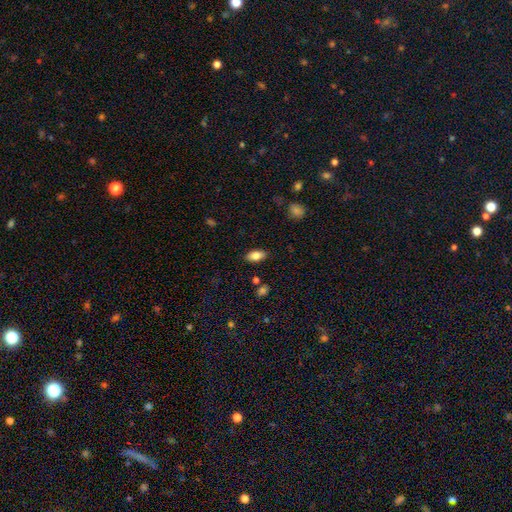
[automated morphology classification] smooth-or-featured: smooth: 80% | featured or disk: 13% | star or artifact: 7%
  how-rounded: in between: 90% | cigar-shaped: 7% | round: 3%
  merging: none: 86% | minor disturbance: 10% | major disturbance: 2% | merger: 2%